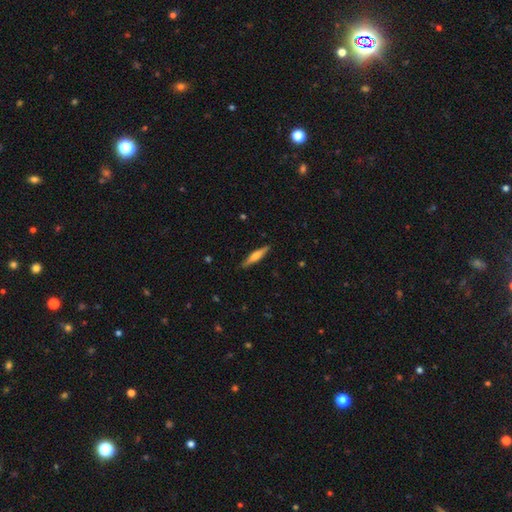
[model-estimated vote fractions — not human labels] A featured or disk galaxy (51%) viewed edge-on (95%).

Vote fractions:
- Smooth or featured? featured or disk: 51% / smooth: 43% / star or artifact: 6%
- Edge-on disk? yes: 95% / no: 5%
- Merging? none: 89% / minor disturbance: 9% / major disturbance: 2% / merger: 1%